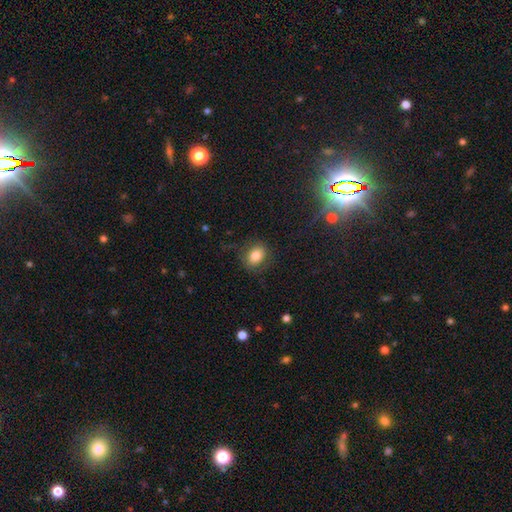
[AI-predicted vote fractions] This is likely a smooth galaxy (79%). How rounded: likely in between (65%). Merging: likely none (78%).